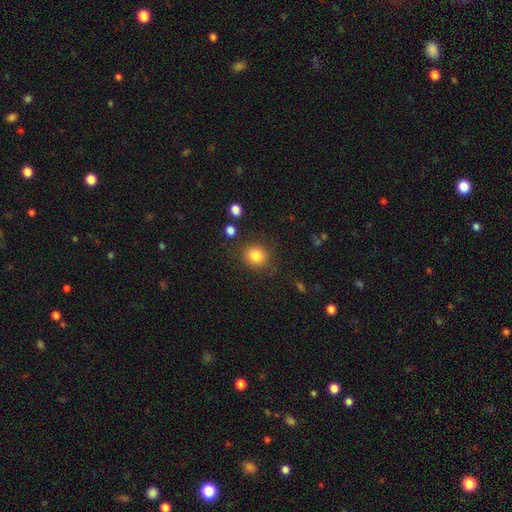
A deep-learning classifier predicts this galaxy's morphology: A smooth galaxy with no disk features (84%) that is round (83%). Merging: none (85%).